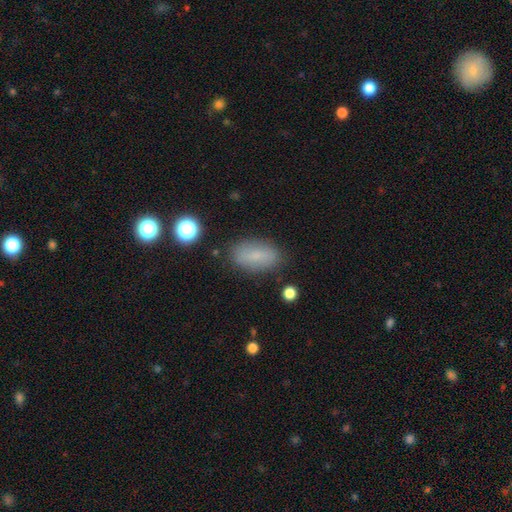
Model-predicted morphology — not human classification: A smooth galaxy with no disk features (72%) that is in between round and cigar-shaped (85%). Merging: none (83%).